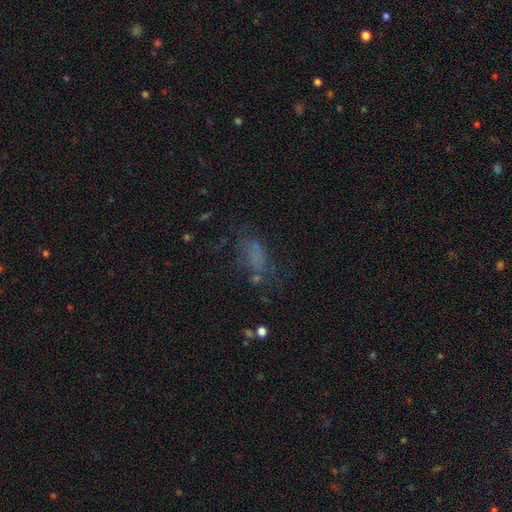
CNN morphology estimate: Overall: smooth (53%; featured or disk 24%). How rounded: in between (80%). Merging: none (46%; major disturbance 28%).